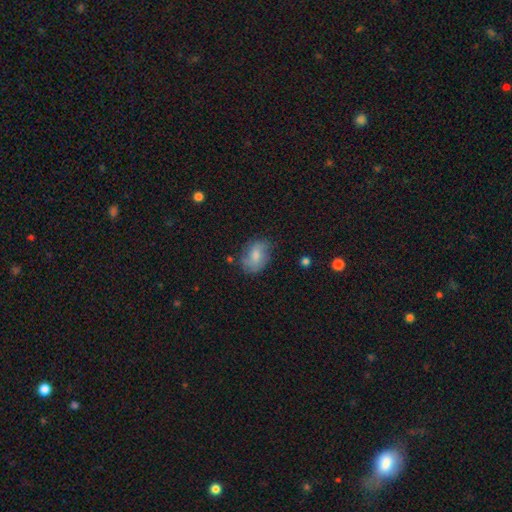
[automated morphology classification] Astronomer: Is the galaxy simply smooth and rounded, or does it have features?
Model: smooth — 64%.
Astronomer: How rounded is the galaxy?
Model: in between — 76%.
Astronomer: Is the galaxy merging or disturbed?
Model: none — 61%.